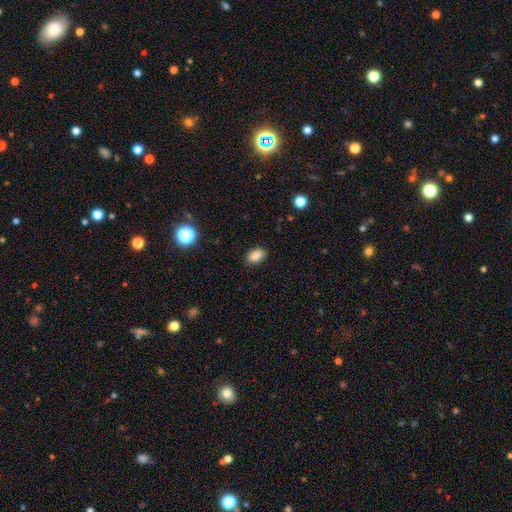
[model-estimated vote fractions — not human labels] This appears to be a smooth galaxy with no disk features (86%) that is in between round and cigar-shaped (85%). Merging: none (85%).